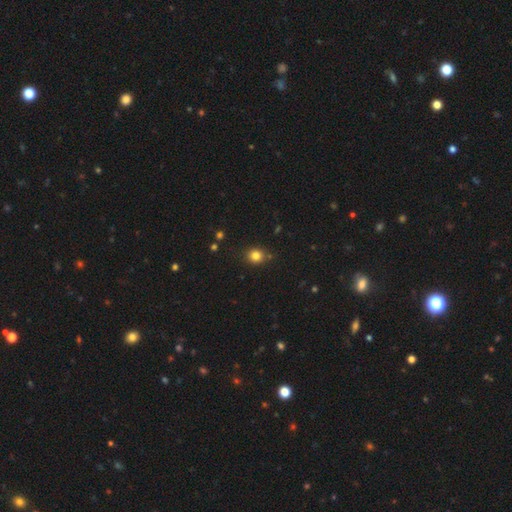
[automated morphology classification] smooth-or-featured: smooth: 82% | star or artifact: 13% | featured or disk: 5%
  how-rounded: round: 80% | in between: 19% | cigar-shaped: 1%
  merging: none: 85% | minor disturbance: 10% | merger: 3% | major disturbance: 2%